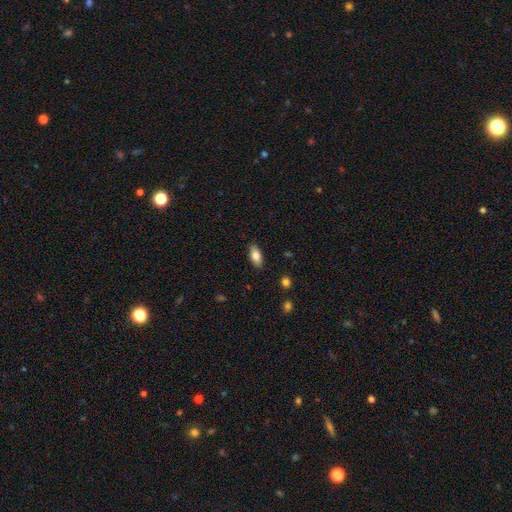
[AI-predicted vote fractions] Q: Smooth or featured?
A: smooth (83%); runner-up: featured or disk (10%)
Q: How rounded?
A: in between (89%); runner-up: cigar-shaped (8%)
Q: Merging?
A: none (87%); runner-up: minor disturbance (9%)